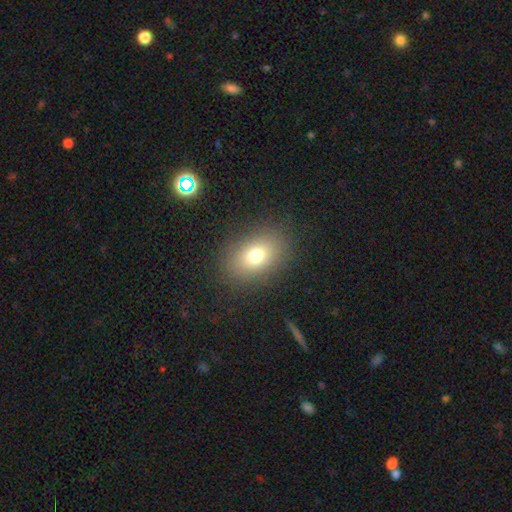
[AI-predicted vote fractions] Smooth or featured?
  - smooth: 75% *
  - star or artifact: 12%
  - featured or disk: 12%
How rounded?
  - in between: 74% *
  - round: 25%
  - cigar-shaped: 1%
Merging?
  - none: 86% *
  - minor disturbance: 9%
  - major disturbance: 4%
  - merger: 1%